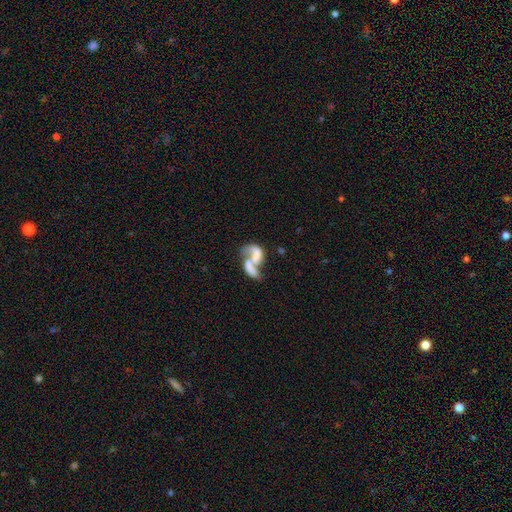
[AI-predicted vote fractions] Smooth or featured: featured or disk — 60% (smooth — 30%)
Edge-on disk: no — 96% (yes — 4%)
Bar: no — 69% (weak — 21%)
Spiral arms: yes — 56% (no — 44%)
Bulge size: none — 49% (small — 19%)
Merging: merger — 68% (major disturbance — 14%)